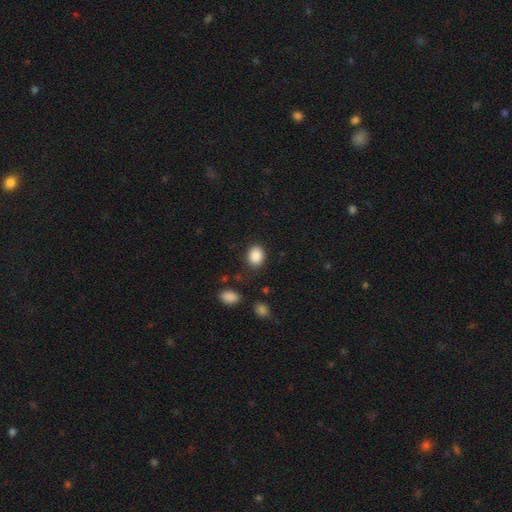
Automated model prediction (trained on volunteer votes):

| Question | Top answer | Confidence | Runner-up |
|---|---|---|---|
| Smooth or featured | smooth | 88% | star or artifact (8%) |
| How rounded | in between | 55% | round (45%) |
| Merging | none | 84% | minor disturbance (10%) |